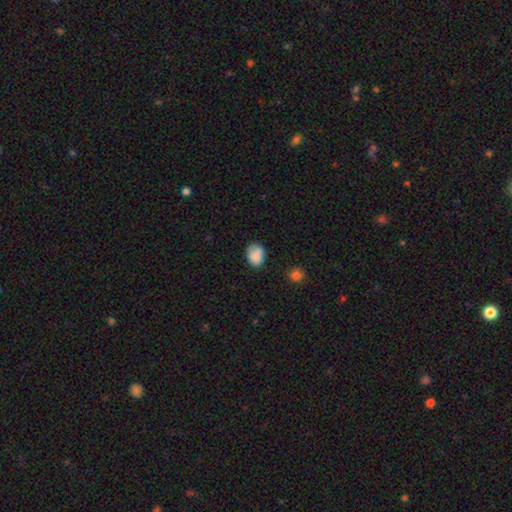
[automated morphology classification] A smooth galaxy with no disk features (83%) that is in between round and cigar-shaped (69%). Merging: none (68%).